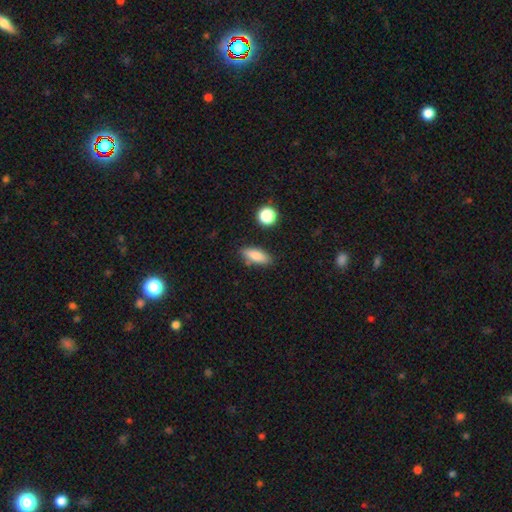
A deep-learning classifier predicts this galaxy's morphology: This appears to be a smooth galaxy with no disk features (83%) that is in between round and cigar-shaped (67%). Merging: none (81%).